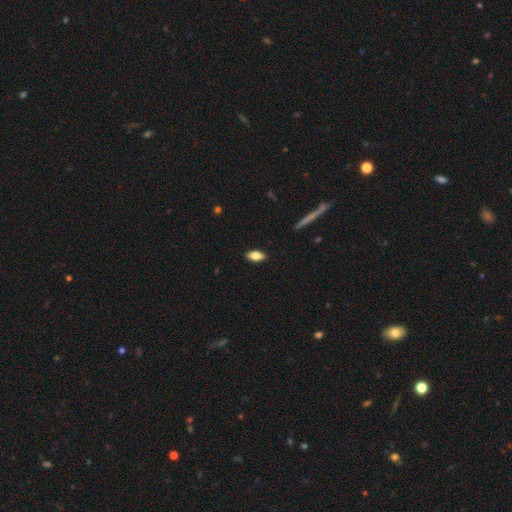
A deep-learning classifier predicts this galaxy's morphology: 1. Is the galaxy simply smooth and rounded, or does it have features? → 77% smooth, 16% featured or disk, 7% star or artifact.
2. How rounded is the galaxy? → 85% in between, 12% cigar-shaped, 3% round.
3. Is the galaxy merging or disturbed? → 89% none, 8% minor disturbance, 2% major disturbance, 1% merger.